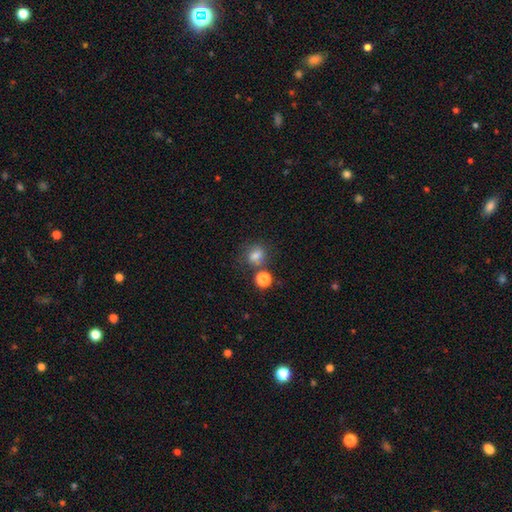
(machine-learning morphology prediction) Q: Smooth or featured?
A: smooth (74%); runner-up: star or artifact (15%)
Q: How rounded?
A: round (61%); runner-up: in between (37%)
Q: Merging?
A: none (55%); runner-up: merger (22%)